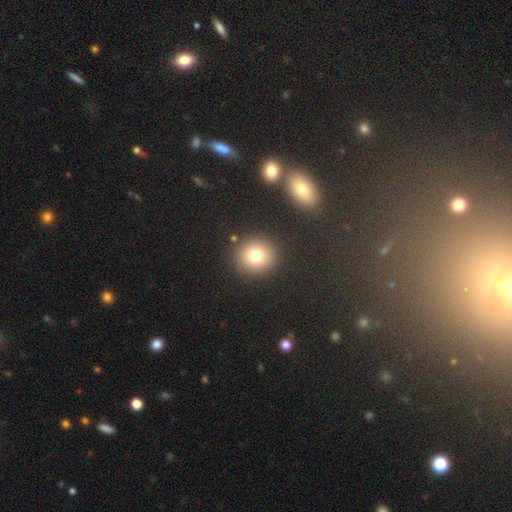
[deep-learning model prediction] Overall: smooth (75%). How rounded: round (91%). Merging: none (89%).